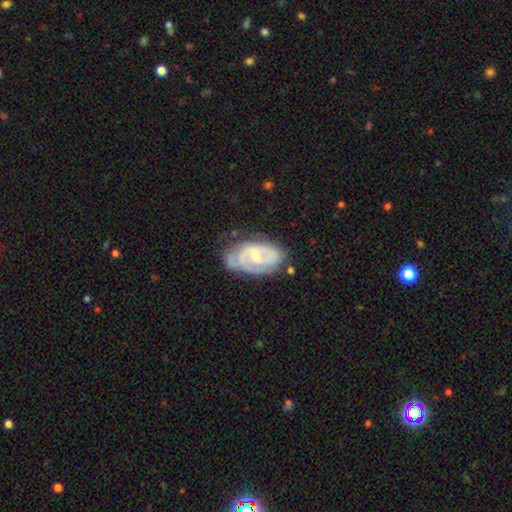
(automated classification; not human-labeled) Overall: featured or disk (77%). Edge-on disk: no (96%). Bar: no (56%; weak 37%). Spiral arms: yes (88%). Spiral arm count: 2 (53%; can't tell 25%). Spiral winding: tight (56%; medium 34%). Bulge size: small (56%; moderate 40%). Merging: none (61%; minor disturbance 27%).